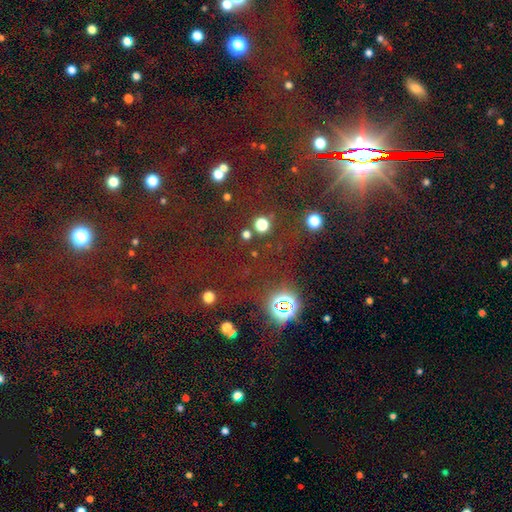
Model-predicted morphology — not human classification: A star or artifact, not a galaxy (78%).